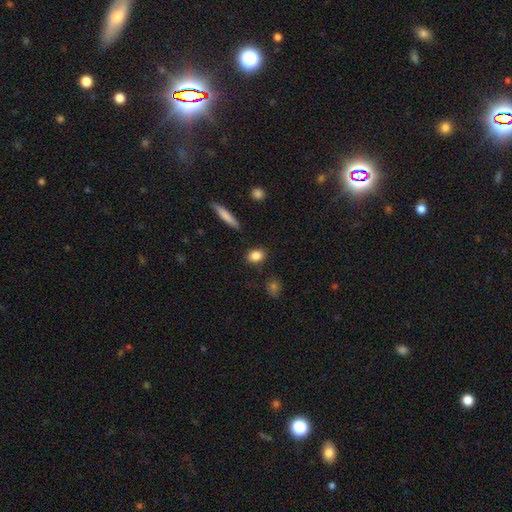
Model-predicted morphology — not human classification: smooth_or_featured: smooth (p=0.85) [alt: star or artifact p=0.08]
how_rounded: in between (p=0.62) [alt: round p=0.35]
merging: none (p=0.86) [alt: minor disturbance p=0.09]